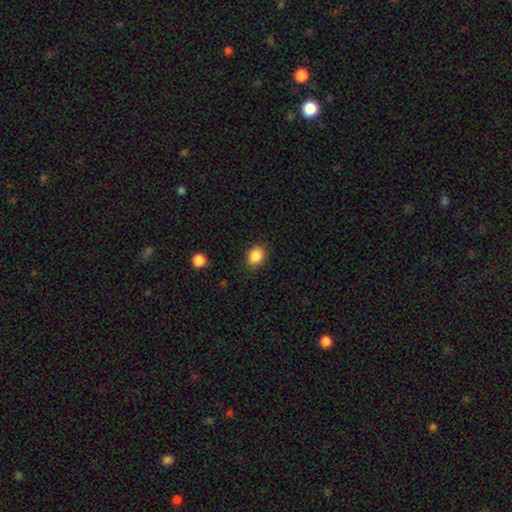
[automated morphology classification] A smooth galaxy with no disk features (87%) that is round (55%).

Vote fractions:
- Smooth or featured? smooth: 87% / star or artifact: 9% / featured or disk: 4%
- How rounded? round: 55% / in between: 44% / cigar-shaped: 1%
- Merging? none: 85% / minor disturbance: 10% / major disturbance: 3% / merger: 1%